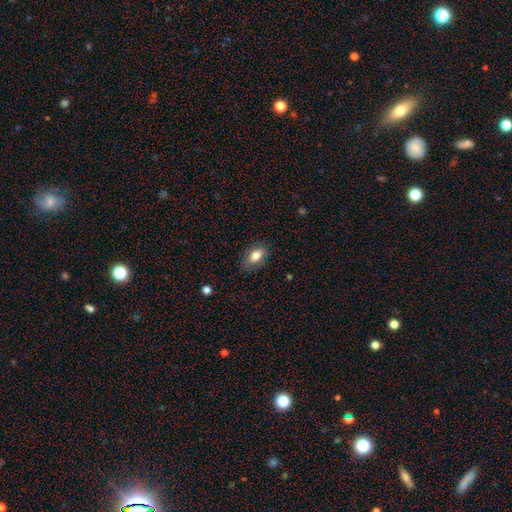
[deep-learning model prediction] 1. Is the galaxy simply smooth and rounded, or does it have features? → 79% smooth, 13% featured or disk, 8% star or artifact.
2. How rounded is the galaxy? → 88% in between, 10% round, 2% cigar-shaped.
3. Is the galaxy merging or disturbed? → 79% none, 15% minor disturbance, 4% major disturbance, 1% merger.